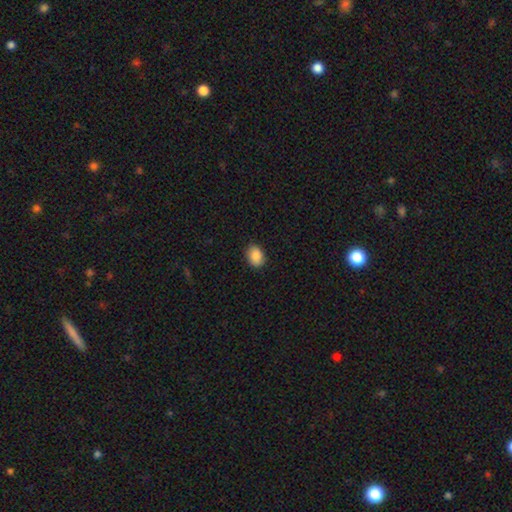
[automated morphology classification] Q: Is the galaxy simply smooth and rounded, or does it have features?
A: smooth — 88%.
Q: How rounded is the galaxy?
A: in between — 73%.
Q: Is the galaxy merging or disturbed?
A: none — 87%.